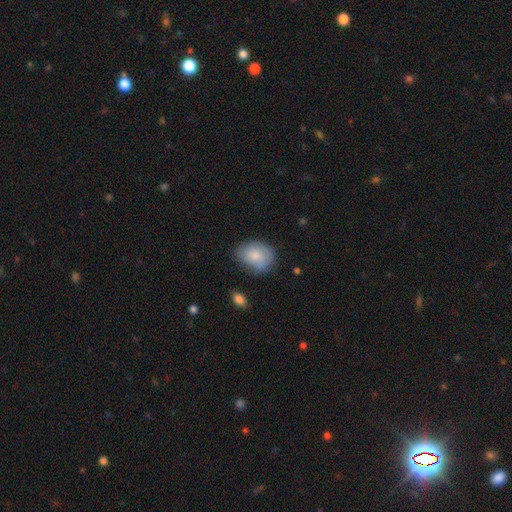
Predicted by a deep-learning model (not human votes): Smooth or featured? Predicted: smooth (p=0.81). How rounded? Predicted: in between (p=0.68). Merging? Predicted: none (p=0.65).